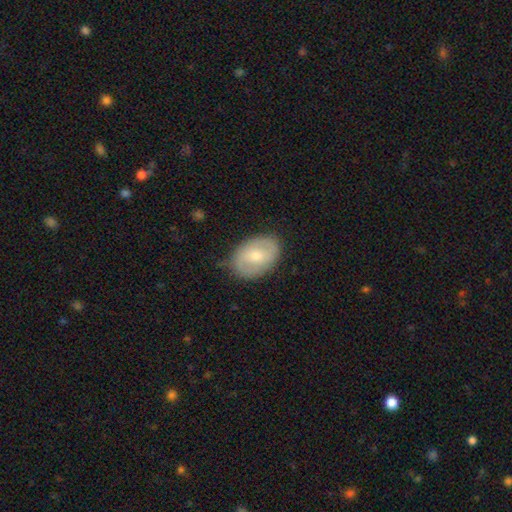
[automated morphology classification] This is possibly a smooth galaxy (50%). How rounded: clearly in between (81%). Merging: likely none (78%).